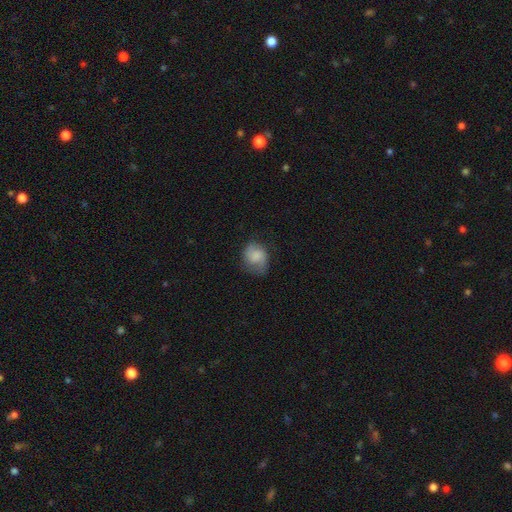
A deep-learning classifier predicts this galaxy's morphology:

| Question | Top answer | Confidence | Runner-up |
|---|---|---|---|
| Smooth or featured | smooth | 67% | featured or disk (25%) |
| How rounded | round | 55% | in between (44%) |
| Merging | none | 63% | minor disturbance (26%) |